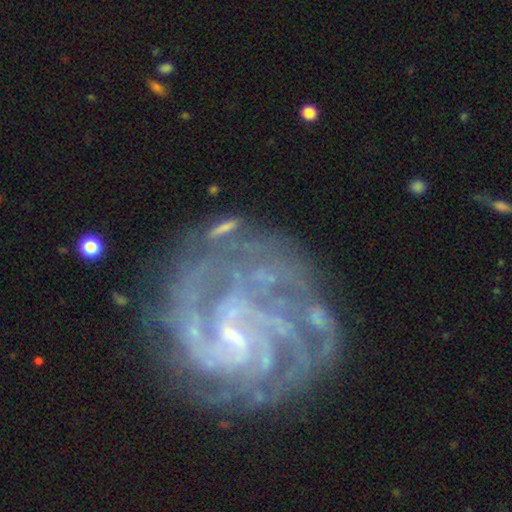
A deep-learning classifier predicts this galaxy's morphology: type=featured or disk (88%); edge-on=no (98%); bar=weak (52%); spiral arms=yes (96%); winding=tight (58%); arm count=can't tell (25%); bulge=small (59%); merging=none (66%).